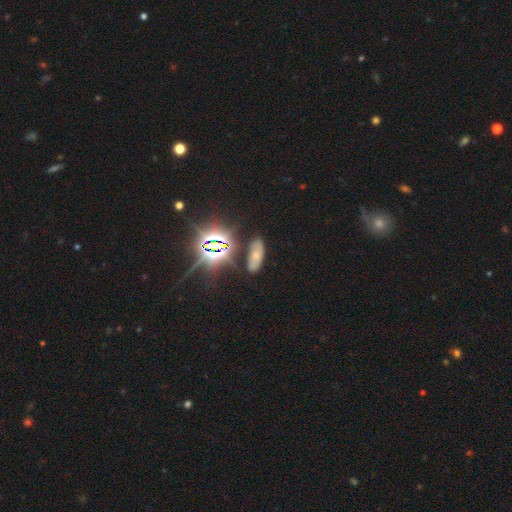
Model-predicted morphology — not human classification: A smooth galaxy with no disk features (40%).

Vote fractions:
- Smooth or featured? smooth: 40% / star or artifact: 36% / featured or disk: 24%
- Merging? none: 78% / minor disturbance: 14% / major disturbance: 5% / merger: 3%